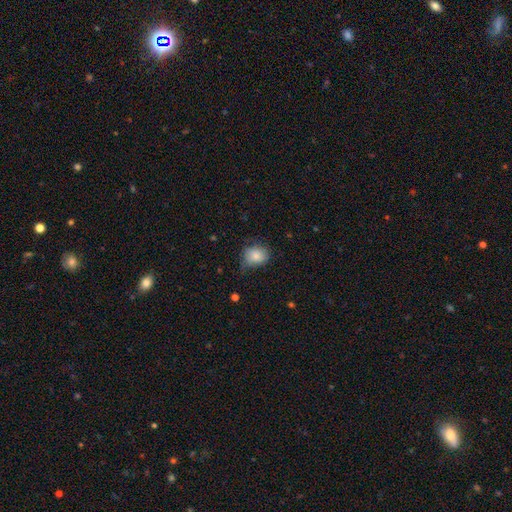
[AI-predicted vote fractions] This appears to be a smooth galaxy with no disk features (82%) that is round (62%). Merging: none (58%).